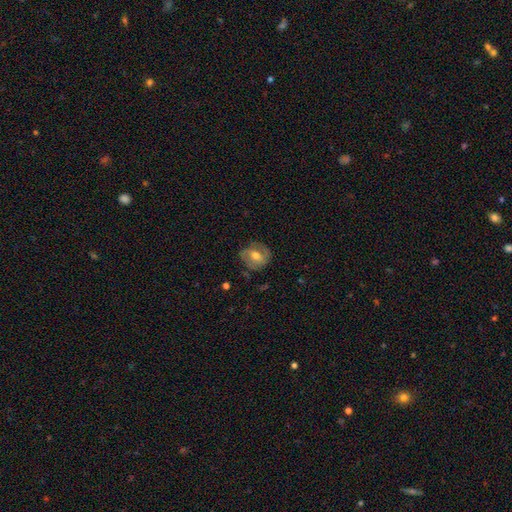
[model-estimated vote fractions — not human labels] smooth-or-featured: featured or disk: 55% | smooth: 37% | star or artifact: 7%
  disk-edge-on: no: 96% | yes: 4%
    bar: weak: 42% | no: 41% | strong: 16%
    has-spiral-arms: yes: 73% | no: 27%
    bulge-size: moderate: 70% | small: 18% | large: 9% | none: 1% | dominant: 1%
  merging: none: 73% | minor disturbance: 18% | major disturbance: 7% | merger: 1%